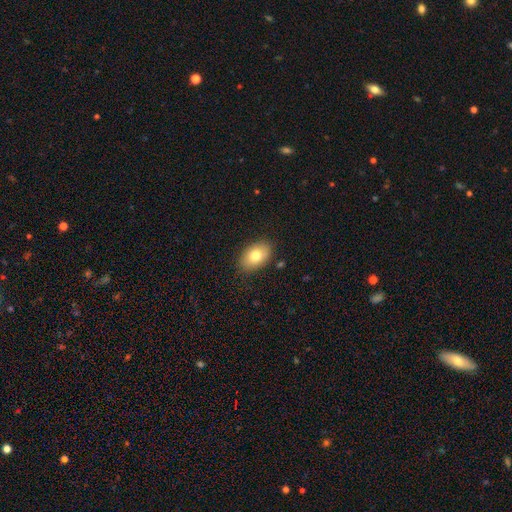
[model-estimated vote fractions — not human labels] Q: Smooth or featured?
A: smooth (77%); runner-up: featured or disk (15%)
Q: How rounded?
A: in between (87%); runner-up: round (12%)
Q: Merging?
A: none (85%); runner-up: minor disturbance (11%)